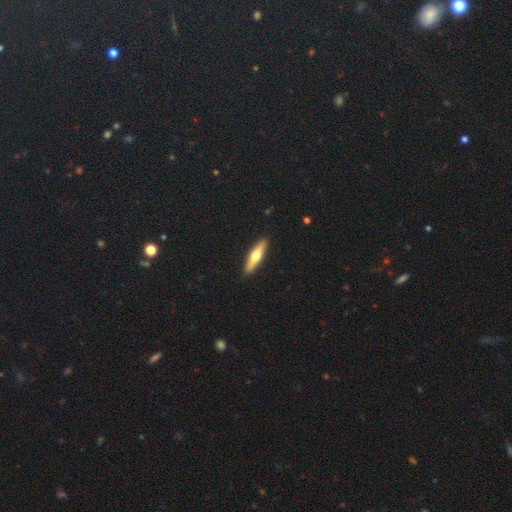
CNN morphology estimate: Smooth or featured? Predicted: featured or disk (p=0.49). Merging? Predicted: none (p=0.91).